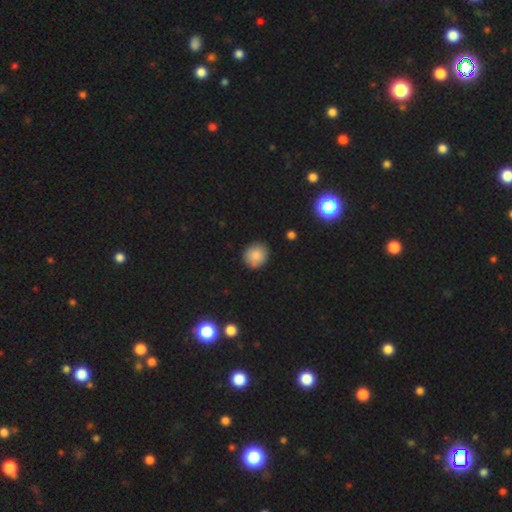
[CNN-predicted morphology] This is clearly a smooth galaxy (85%). How rounded: clearly round (87%). Merging: clearly none (85%).